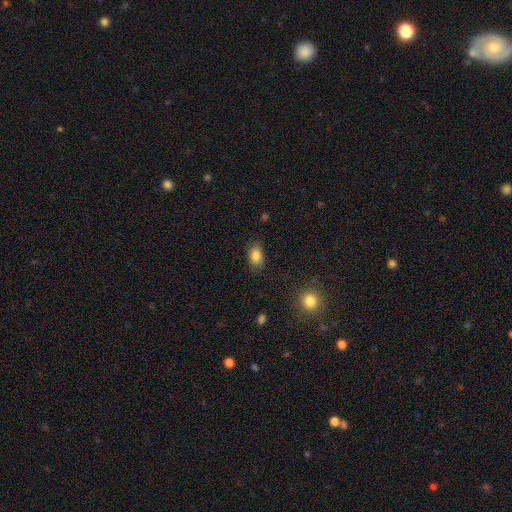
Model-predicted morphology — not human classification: smooth_or_featured: smooth (p=0.85) [alt: star or artifact p=0.09]
how_rounded: in between (p=0.86) [alt: round p=0.13]
merging: none (p=0.81) [alt: minor disturbance p=0.14]